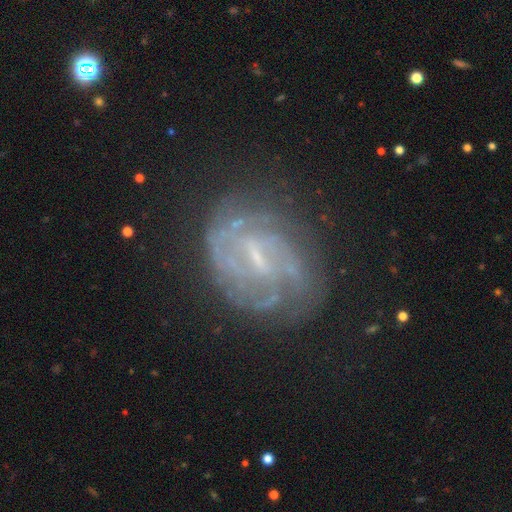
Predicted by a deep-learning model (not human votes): This is likely a featured or disk galaxy (80%). It is clearly not viewed edge-on (97%). Bar: possibly weak (53%). Spiral arm pattern: clearly yes (85%). Spiral arm count: marginally can't tell (43%). Spiral winding: possibly tight (55%). Central bulge: possibly small (55%). Merging: likely none (68%).